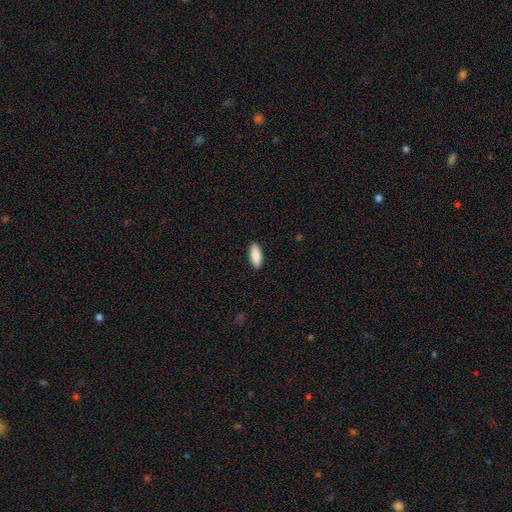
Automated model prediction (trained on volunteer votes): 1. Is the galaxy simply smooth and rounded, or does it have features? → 88% smooth, 7% featured or disk, 5% star or artifact.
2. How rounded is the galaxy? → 67% in between, 31% cigar-shaped, 2% round.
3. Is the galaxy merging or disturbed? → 90% none, 7% minor disturbance, 2% major disturbance, 1% merger.